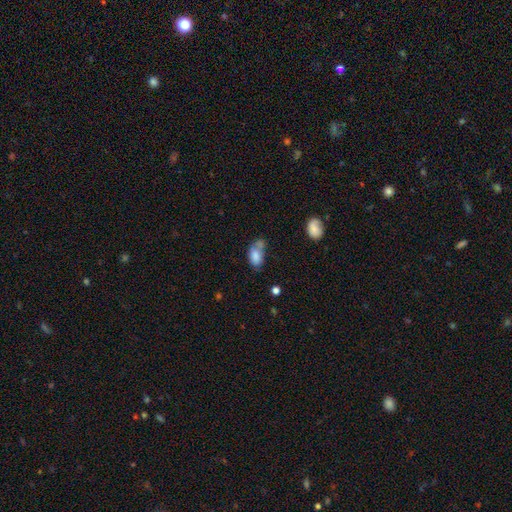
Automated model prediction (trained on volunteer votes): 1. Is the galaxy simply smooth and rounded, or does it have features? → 76% smooth, 15% featured or disk, 9% star or artifact.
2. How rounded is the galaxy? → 90% in between, 8% round, 3% cigar-shaped.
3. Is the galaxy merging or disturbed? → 30% none, 27% minor disturbance, 26% merger, 16% major disturbance.